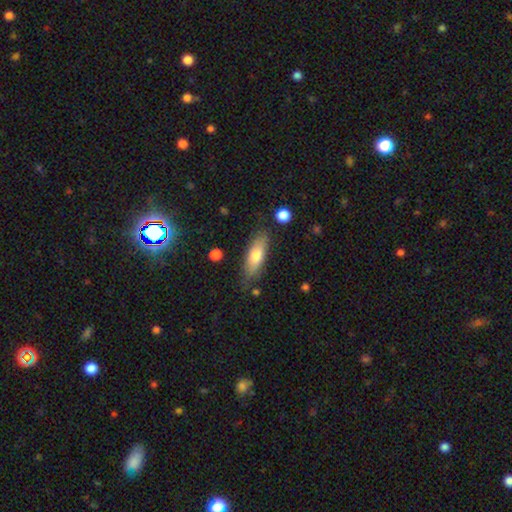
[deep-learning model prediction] Smooth or featured: smooth — 70% (featured or disk — 23%)
How rounded: in between — 55% (cigar-shaped — 43%)
Merging: none — 77% (minor disturbance — 16%)